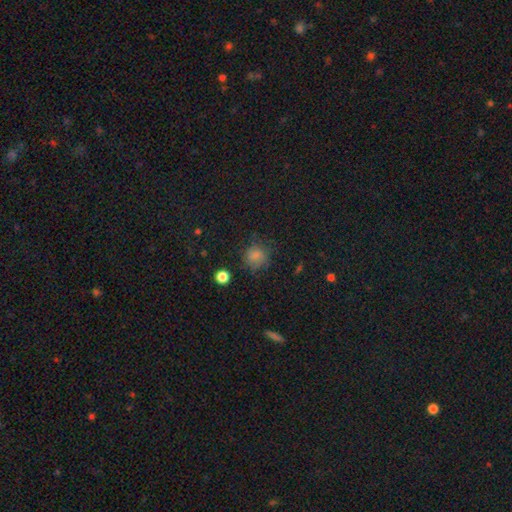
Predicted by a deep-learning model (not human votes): Smooth or featured? Predicted: smooth (p=0.76). How rounded? Predicted: round (p=0.83). Merging? Predicted: none (p=0.69).